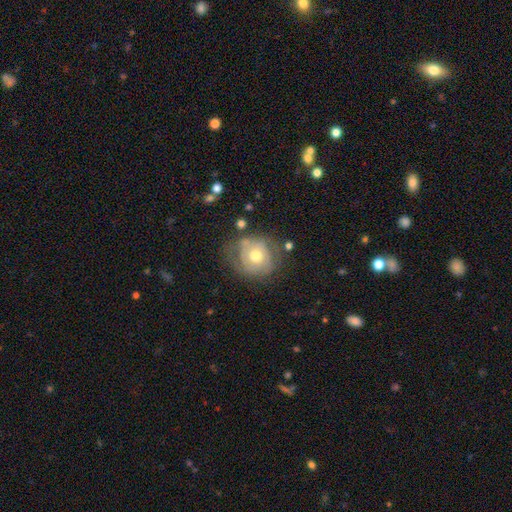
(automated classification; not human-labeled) smooth-or-featured: featured or disk: 53% | smooth: 40% | star or artifact: 8%
  disk-edge-on: no: 96% | yes: 4%
    bar: no: 80% | weak: 16% | strong: 4%
    has-spiral-arms: yes: 58% | no: 42%
    bulge-size: moderate: 74% | large: 14% | small: 10% | dominant: 1% | none: 1%
  merging: none: 59% | minor disturbance: 24% | major disturbance: 13% | merger: 4%